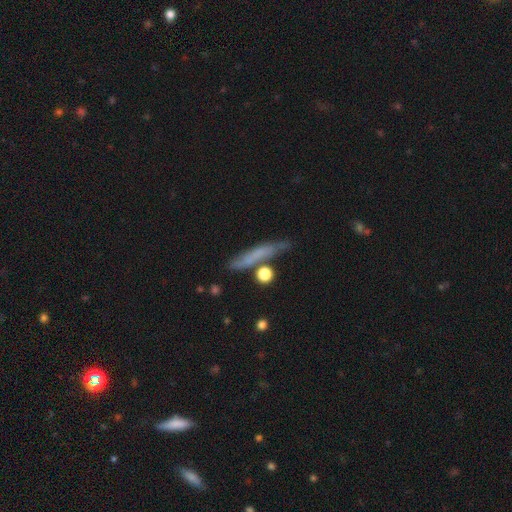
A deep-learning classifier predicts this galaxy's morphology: smooth 57%, featured or disk 32%, star or artifact 11%. Down the decision tree: how rounded — cigar-shaped (84%); merging — none (65%).